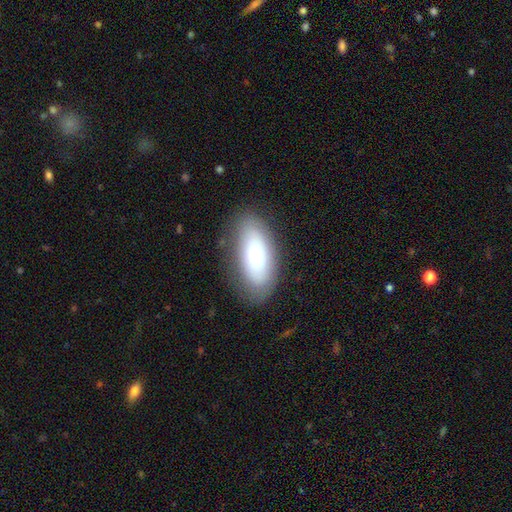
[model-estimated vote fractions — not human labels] This is likely a smooth galaxy (65%). How rounded: clearly in between (89%). Merging: clearly none (81%).